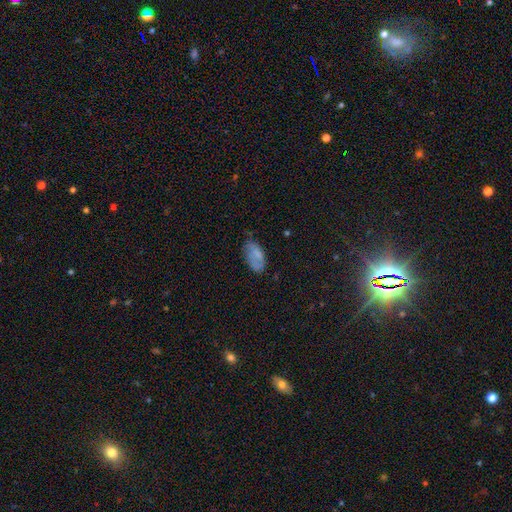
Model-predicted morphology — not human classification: This appears to be a smooth galaxy with no disk features (72%) that is in between round and cigar-shaped (92%). Merging: none (57%).